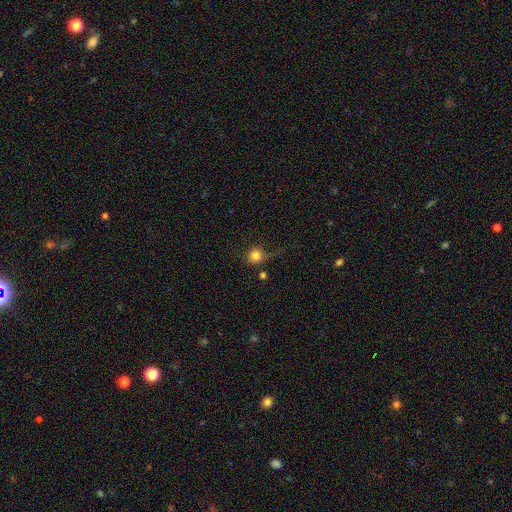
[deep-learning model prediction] Smooth or featured?
  - smooth: 80% *
  - star or artifact: 11%
  - featured or disk: 9%
How rounded?
  - round: 89% *
  - in between: 10%
  - cigar-shaped: 1%
Merging?
  - none: 56% *
  - minor disturbance: 22%
  - major disturbance: 16%
  - merger: 6%